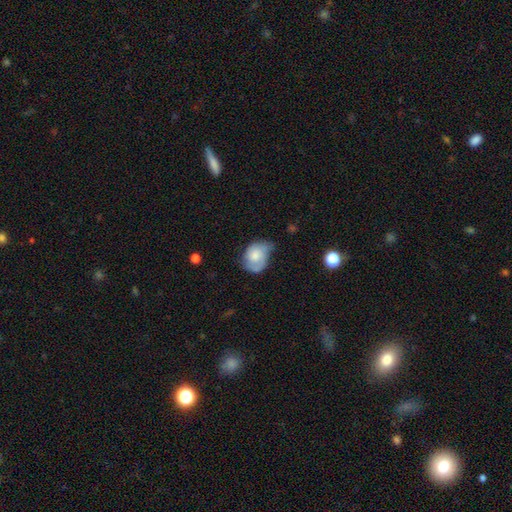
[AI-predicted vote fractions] Smooth or featured?
  - smooth: 59% *
  - featured or disk: 33%
  - star or artifact: 7%
How rounded?
  - in between: 62% *
  - round: 37%
  - cigar-shaped: 1%
Merging?
  - minor disturbance: 42% *
  - none: 37%
  - major disturbance: 17%
  - merger: 4%